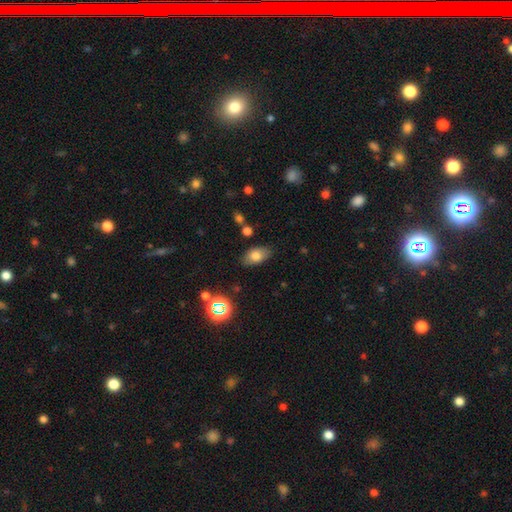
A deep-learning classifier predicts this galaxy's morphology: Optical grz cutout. It shows a smooth galaxy with no disk features (76%) that is in between round and cigar-shaped (90%). Merging: none (81%).